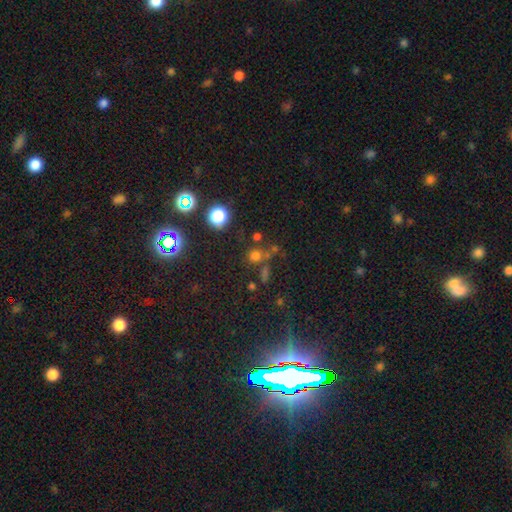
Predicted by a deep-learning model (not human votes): smooth_or_featured: smooth (p=0.62) [alt: star or artifact p=0.29]
how_rounded: round (p=0.86) [alt: in between p=0.13]
merging: none (p=0.64) [alt: merger p=0.19]